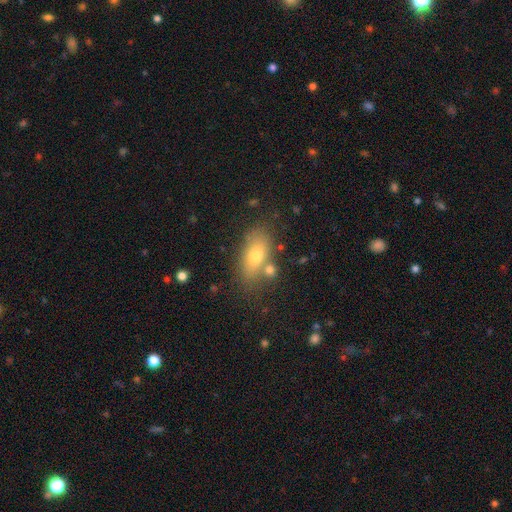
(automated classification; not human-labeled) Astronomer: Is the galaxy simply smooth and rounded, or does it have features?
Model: smooth — 70%.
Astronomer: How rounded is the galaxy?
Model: in between — 84%.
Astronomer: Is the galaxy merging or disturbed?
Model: none — 69%.